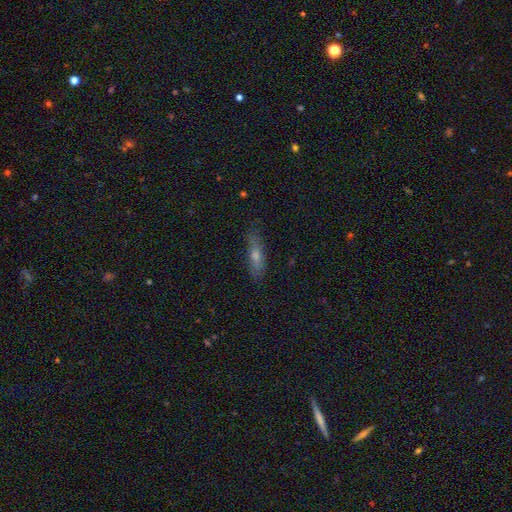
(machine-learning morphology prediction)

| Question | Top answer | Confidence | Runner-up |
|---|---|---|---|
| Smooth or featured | smooth | 48% | featured or disk (40%) |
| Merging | none | 82% | minor disturbance (14%) |